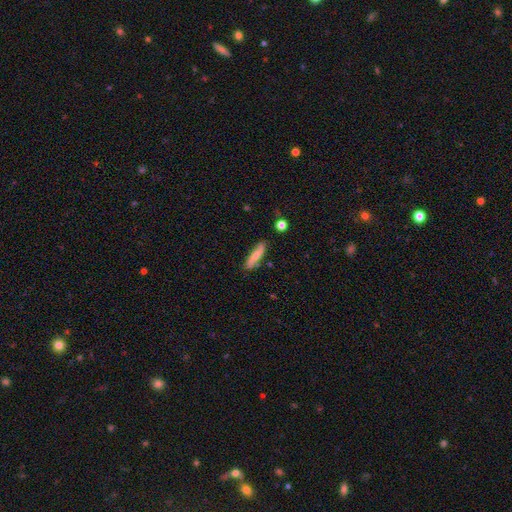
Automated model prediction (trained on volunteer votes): Smooth or featured: smooth — 60% (featured or disk — 33%)
How rounded: cigar-shaped — 76% (in between — 22%)
Merging: none — 79% (minor disturbance — 15%)